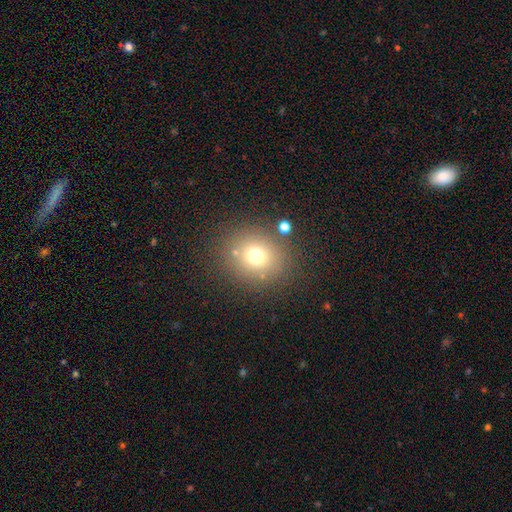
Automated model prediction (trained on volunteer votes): Smooth or featured? smooth (70%)
How rounded? round (82%)
Merging? none (81%)